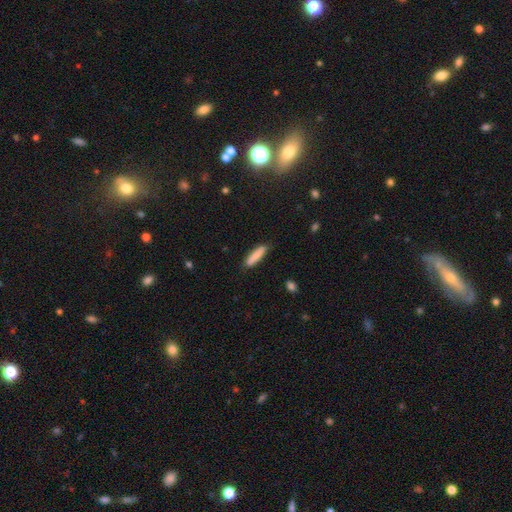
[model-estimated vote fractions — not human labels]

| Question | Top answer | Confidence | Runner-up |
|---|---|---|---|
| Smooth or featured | smooth | 83% | featured or disk (11%) |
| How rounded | cigar-shaped | 80% | in between (19%) |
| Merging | none | 84% | minor disturbance (12%) |